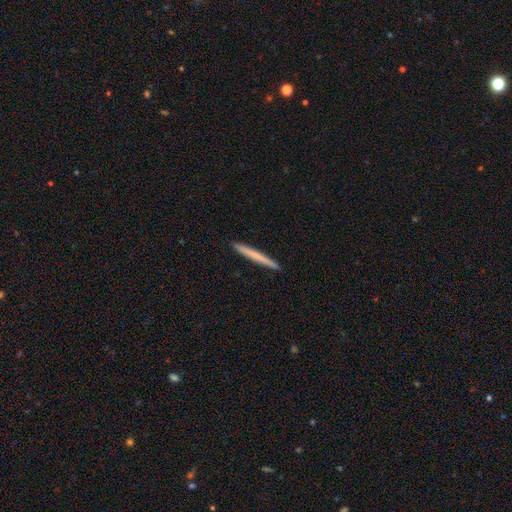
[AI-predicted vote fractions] A smooth galaxy with no disk features (61%) that is cigar-shaped (97%). Merging: none (93%).